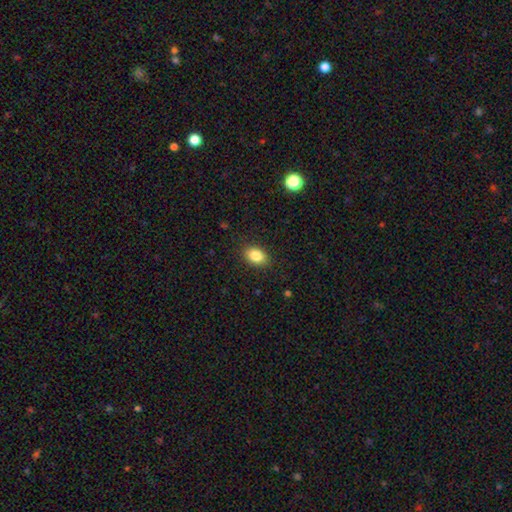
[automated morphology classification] type=smooth (84%); roundness=in between (78%); merging=none (88%).